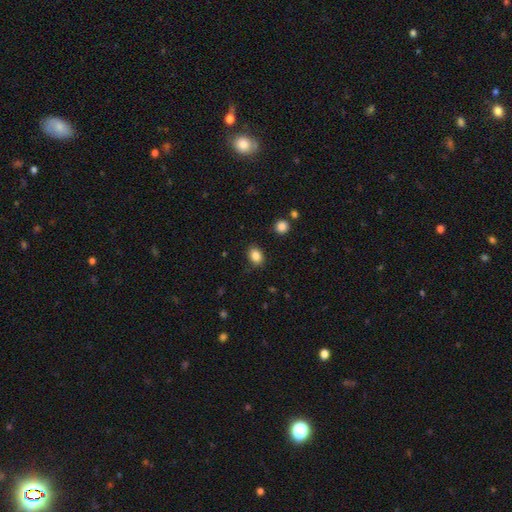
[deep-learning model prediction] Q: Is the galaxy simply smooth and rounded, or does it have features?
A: smooth — 86%.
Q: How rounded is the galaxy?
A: in between — 68%.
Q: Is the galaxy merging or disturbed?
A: none — 84%.